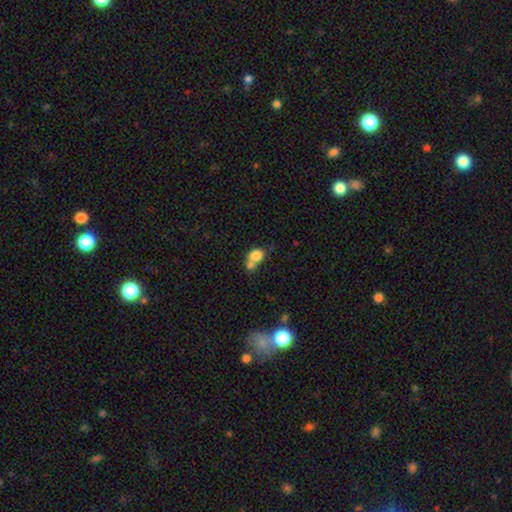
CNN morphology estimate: Smooth or featured? Predicted: smooth (p=0.79). How rounded? Predicted: in between (p=0.53). Merging? Predicted: merger (p=0.57).